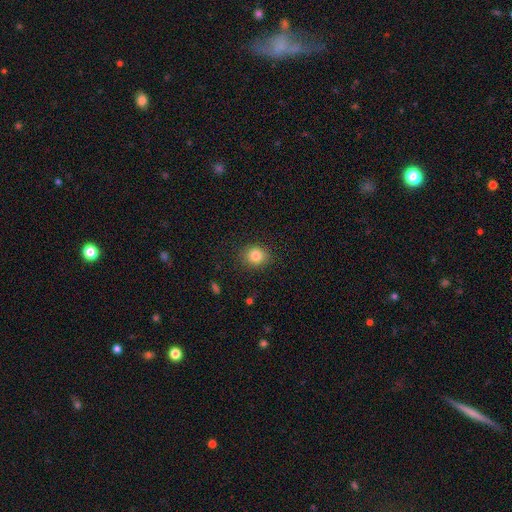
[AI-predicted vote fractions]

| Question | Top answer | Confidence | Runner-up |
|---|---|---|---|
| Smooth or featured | smooth | 84% | star or artifact (10%) |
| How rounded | round | 71% | in between (28%) |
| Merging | none | 87% | minor disturbance (9%) |